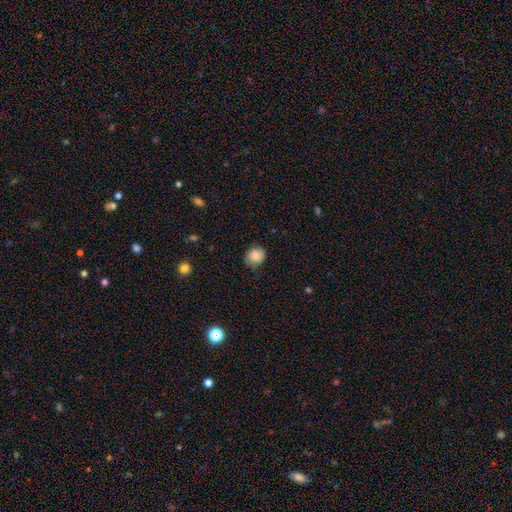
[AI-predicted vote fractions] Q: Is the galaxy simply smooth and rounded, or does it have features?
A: smooth — 83%.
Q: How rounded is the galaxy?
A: round — 74%.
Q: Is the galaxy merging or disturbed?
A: none — 70%.